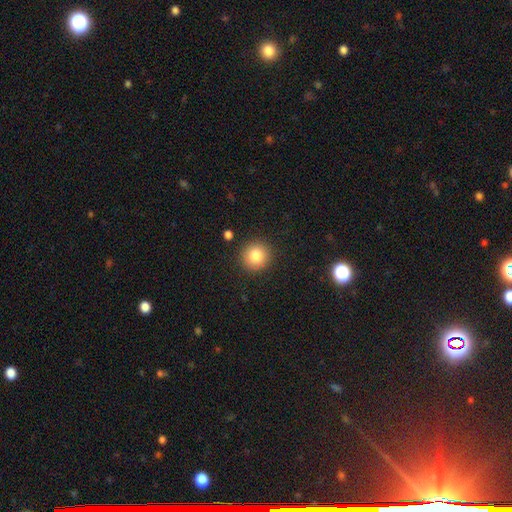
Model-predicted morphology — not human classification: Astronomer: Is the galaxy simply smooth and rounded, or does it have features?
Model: smooth — 84%.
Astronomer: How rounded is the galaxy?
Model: round — 92%.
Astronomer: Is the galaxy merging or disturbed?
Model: none — 89%.